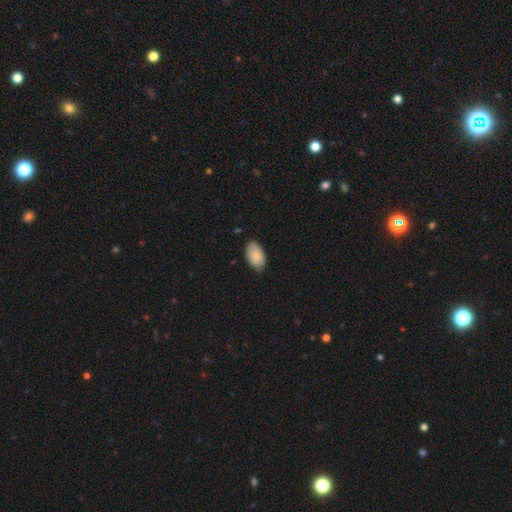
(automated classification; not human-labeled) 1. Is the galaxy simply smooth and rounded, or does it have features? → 87% smooth, 7% featured or disk, 6% star or artifact.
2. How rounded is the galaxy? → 95% in between, 4% round, 1% cigar-shaped.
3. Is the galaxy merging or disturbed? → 82% none, 15% minor disturbance, 2% major disturbance, 1% merger.